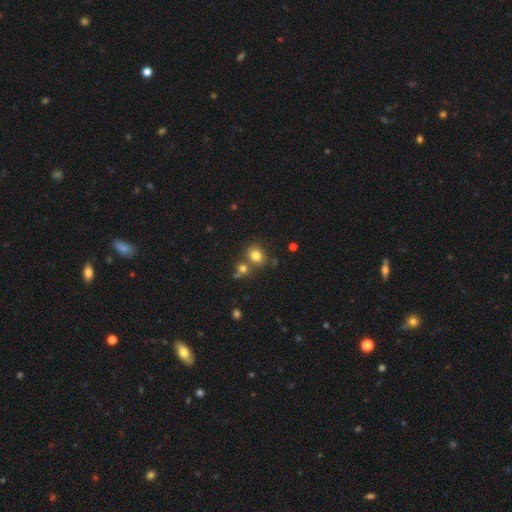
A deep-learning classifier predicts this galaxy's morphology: This is likely a smooth galaxy (79%). How rounded: likely round (74%). Merging: likely none (65%).